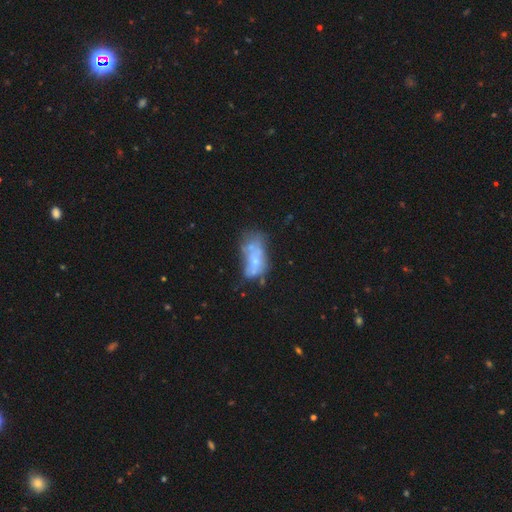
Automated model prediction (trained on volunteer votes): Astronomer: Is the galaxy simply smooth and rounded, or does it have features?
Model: featured or disk — 46% (runner-up: smooth, 36%).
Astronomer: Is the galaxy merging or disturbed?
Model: none — 33% (runner-up: major disturbance, 25%).